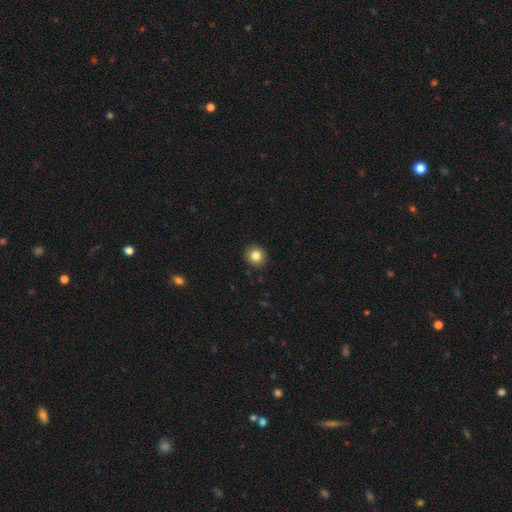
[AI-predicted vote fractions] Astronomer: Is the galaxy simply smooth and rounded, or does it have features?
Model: smooth — 82%.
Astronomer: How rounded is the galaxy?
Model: round — 88%.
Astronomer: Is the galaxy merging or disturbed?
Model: none — 92%.